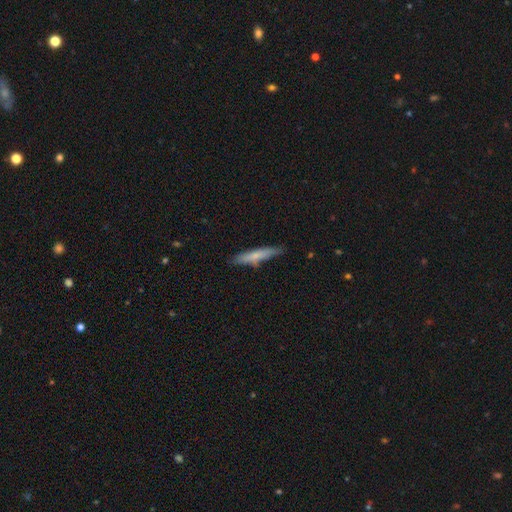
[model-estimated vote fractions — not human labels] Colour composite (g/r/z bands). It shows a smooth galaxy with no disk features (65%) that is cigar-shaped (92%). Merging: none (82%).